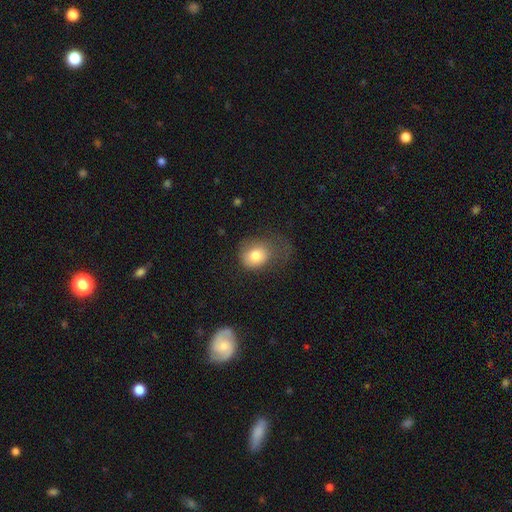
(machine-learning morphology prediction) Q: Smooth or featured?
A: smooth (79%); runner-up: featured or disk (12%)
Q: How rounded?
A: round (58%); runner-up: in between (41%)
Q: Merging?
A: major disturbance (37%); runner-up: none (32%)